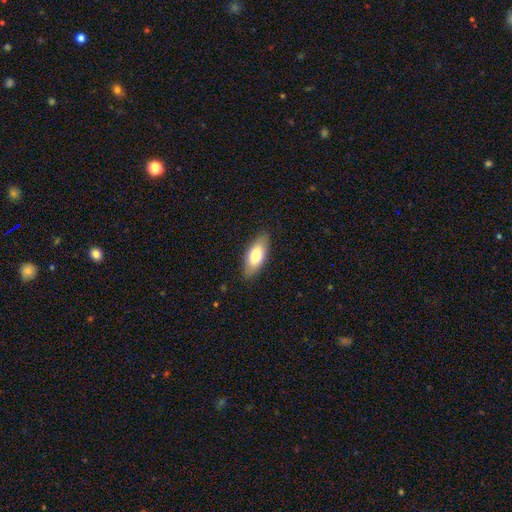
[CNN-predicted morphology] smooth-or-featured: smooth: 76% | featured or disk: 18% | star or artifact: 6%
  how-rounded: in between: 83% | cigar-shaped: 15% | round: 2%
  merging: none: 85% | minor disturbance: 11% | major disturbance: 2% | merger: 1%